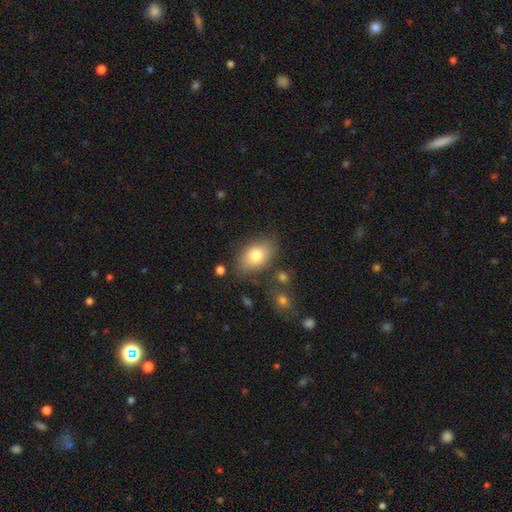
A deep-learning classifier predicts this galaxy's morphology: A smooth galaxy with no disk features (78%) that is in between round and cigar-shaped (87%). Merging: none (77%).